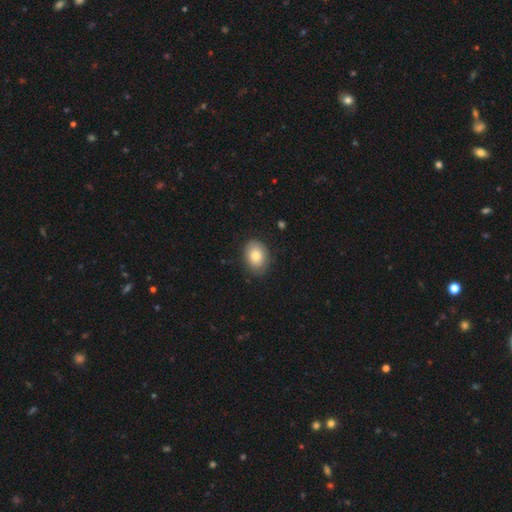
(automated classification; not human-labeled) Smooth or featured? smooth (78%)
How rounded? in between (66%)
Merging? none (81%)